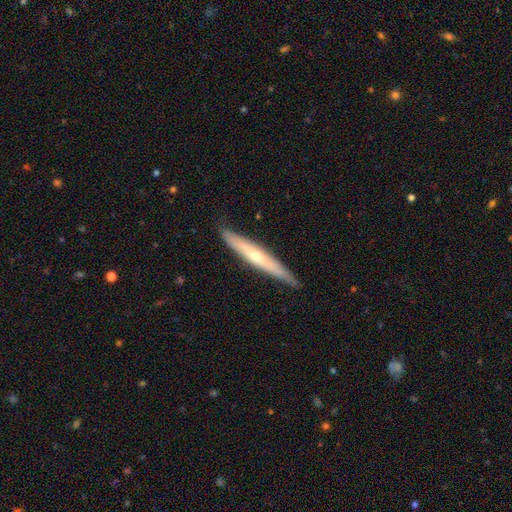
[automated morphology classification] A featured or disk galaxy (59%) viewed edge-on (90%) with a rounded central bulge (73%).

Vote fractions:
- Smooth or featured? featured or disk: 59% / smooth: 35% / star or artifact: 6%
- Edge-on disk? yes: 90% / no: 10%
- Edge-on bulge? rounded: 73% / none: 24% / boxy: 3%
- Merging? none: 86% / minor disturbance: 11% / major disturbance: 2% / merger: 1%